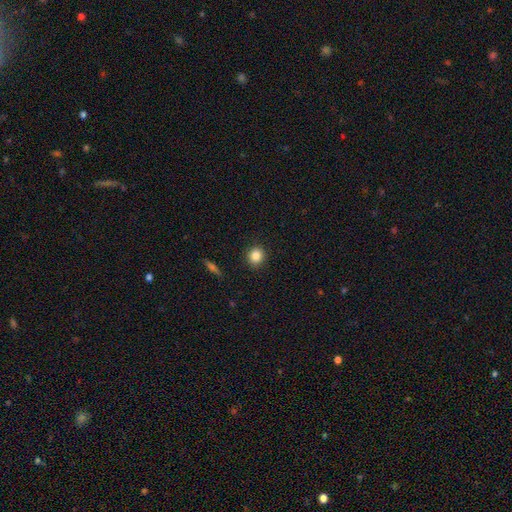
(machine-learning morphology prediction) type=smooth (84%); roundness=round (88%); merging=none (91%).